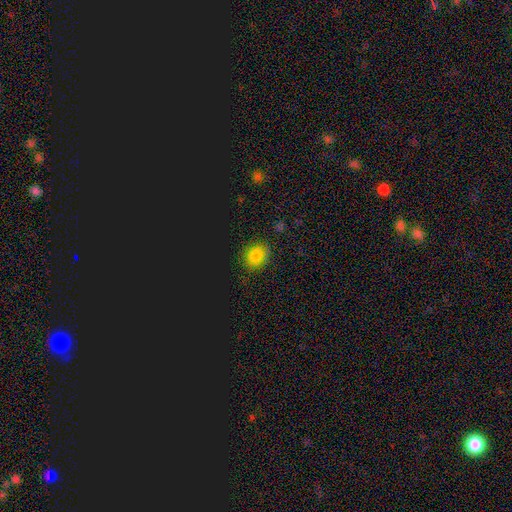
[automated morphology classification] Overall: smooth (74%). How rounded: round (56%; in between 42%). Merging: none (83%).